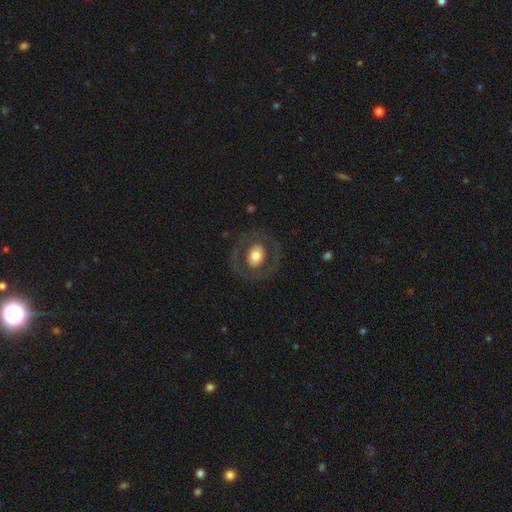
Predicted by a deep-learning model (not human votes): The model was most divided on "smooth or featured" (2-way tie): featured or disk: 47%, smooth: 47%, star or artifact: 6%. More confident: merging — none (80%).